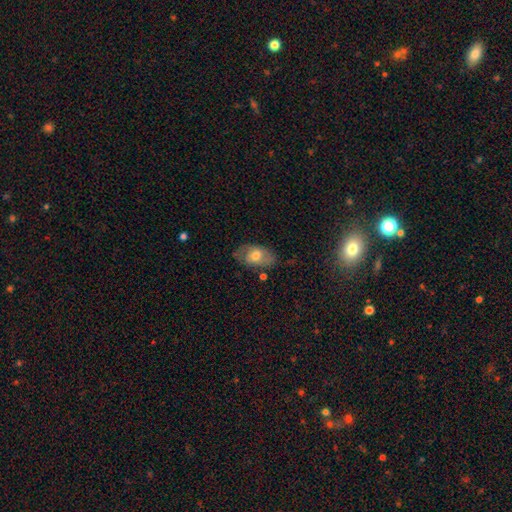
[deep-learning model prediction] smooth 55%, featured or disk 38%, star or artifact 7%. Down the decision tree: how rounded — in between (90%); merging — none (68%).